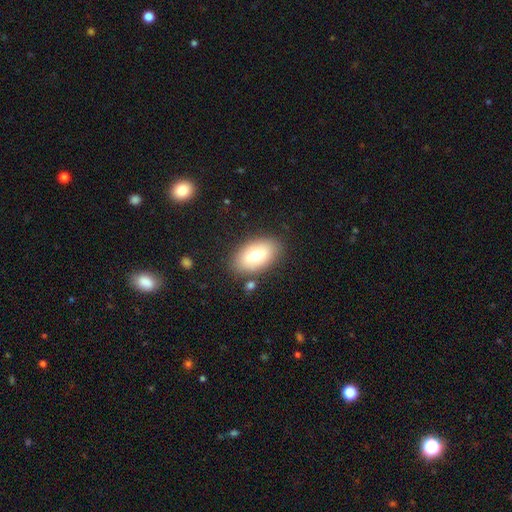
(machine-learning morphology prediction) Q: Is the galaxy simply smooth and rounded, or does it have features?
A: smooth — 73%.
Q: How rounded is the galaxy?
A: in between — 92%.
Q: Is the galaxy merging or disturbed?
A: none — 82%.